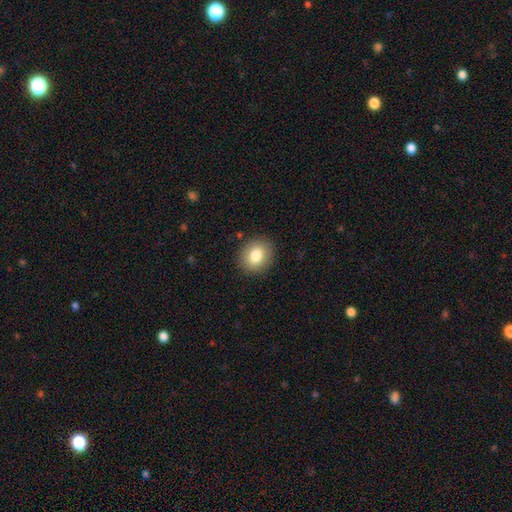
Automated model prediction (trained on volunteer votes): Morphology: type=smooth (82%); roundness=round (67%); merging=none (89%).